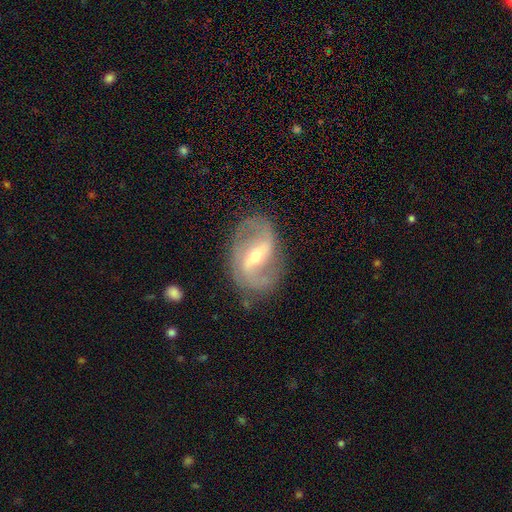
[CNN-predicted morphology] featured or disk 87%, smooth 8%, star or artifact 6%. Down the decision tree: edge-on disk — no (96%); bar — strong (46%); spiral arms — yes (93%); spiral arm count — 2 (89%); spiral winding — loose (45%); bulge size — moderate (50%); merging — none (78%).